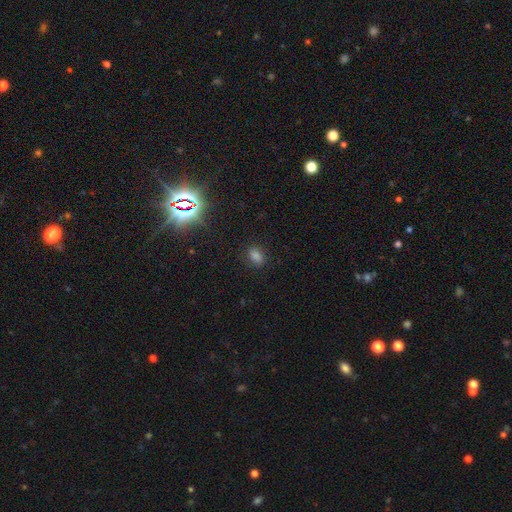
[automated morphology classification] Smooth or featured? smooth (68%)
How rounded? in between (78%)
Merging? none (86%)